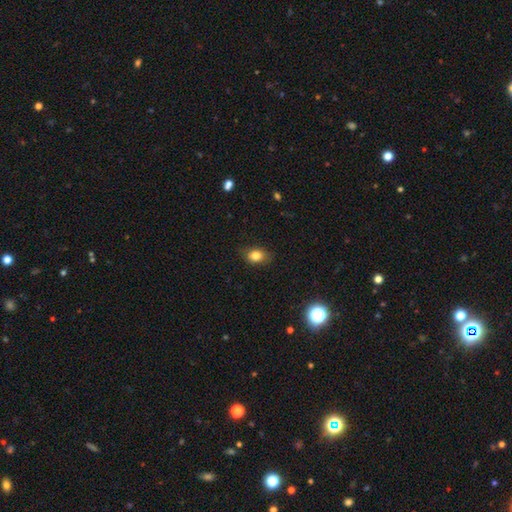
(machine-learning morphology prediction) smooth-or-featured: smooth: 82% | star or artifact: 10% | featured or disk: 7%
  how-rounded: in between: 71% | round: 28% | cigar-shaped: 1%
  merging: none: 80% | minor disturbance: 15% | major disturbance: 3% | merger: 1%